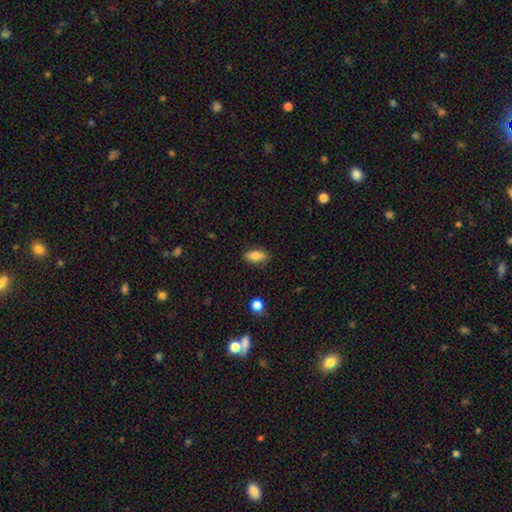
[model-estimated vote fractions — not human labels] This is clearly a smooth galaxy (83%). How rounded: clearly in between (87%). Merging: clearly none (85%).